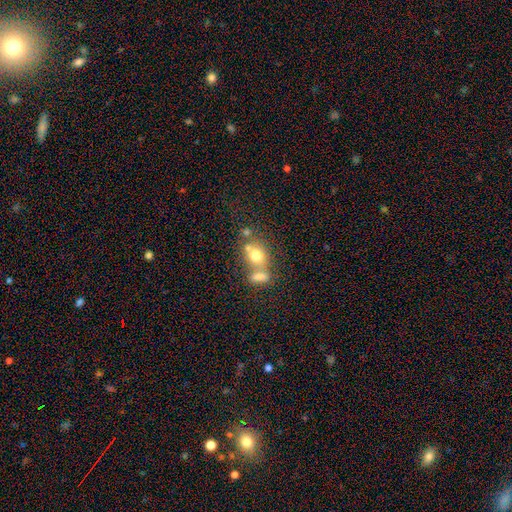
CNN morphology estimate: Smooth or featured?
  - smooth: 70% *
  - featured or disk: 19%
  - star or artifact: 11%
How rounded?
  - in between: 55% *
  - round: 42%
  - cigar-shaped: 2%
Merging?
  - merger: 50% *
  - none: 35%
  - minor disturbance: 10%
  - major disturbance: 6%